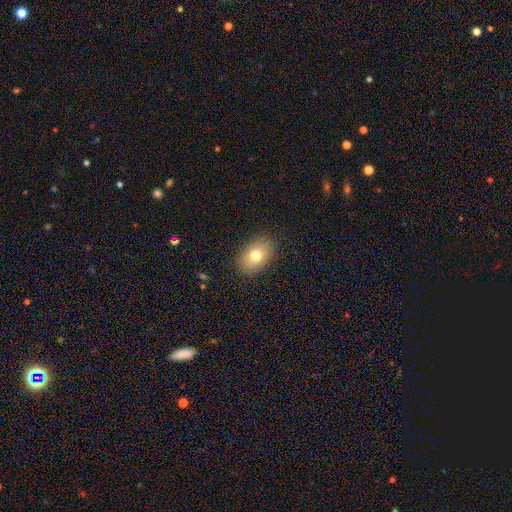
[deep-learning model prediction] Smooth or featured?
  - smooth: 75% *
  - featured or disk: 15%
  - star or artifact: 10%
How rounded?
  - in between: 82% *
  - round: 16%
  - cigar-shaped: 1%
Merging?
  - none: 87% *
  - minor disturbance: 9%
  - major disturbance: 3%
  - merger: 1%